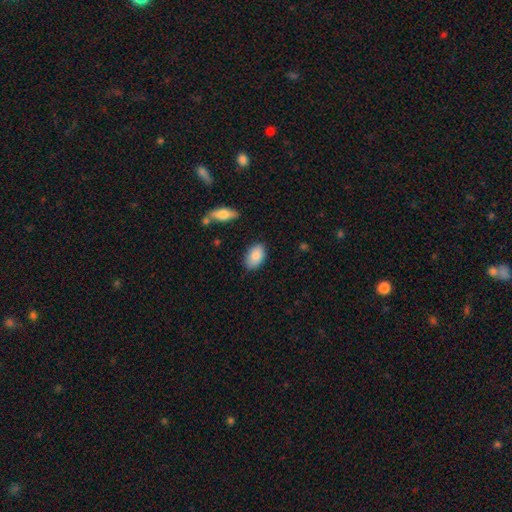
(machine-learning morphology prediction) Q: Smooth or featured?
A: smooth (87%); runner-up: featured or disk (7%)
Q: How rounded?
A: in between (93%); runner-up: round (6%)
Q: Merging?
A: none (83%); runner-up: minor disturbance (13%)